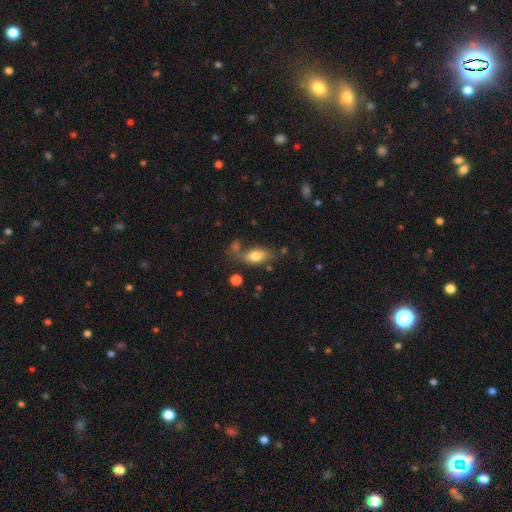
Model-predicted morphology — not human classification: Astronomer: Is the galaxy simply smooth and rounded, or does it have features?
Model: smooth — 77%.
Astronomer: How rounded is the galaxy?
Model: in between — 87%.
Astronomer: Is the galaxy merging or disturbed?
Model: none — 58%.